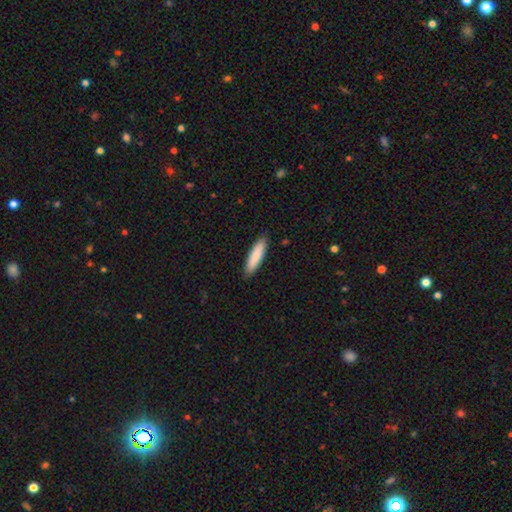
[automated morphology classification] smooth 86%, featured or disk 8%, star or artifact 5%. Down the decision tree: how rounded — cigar-shaped (73%); merging — none (88%).